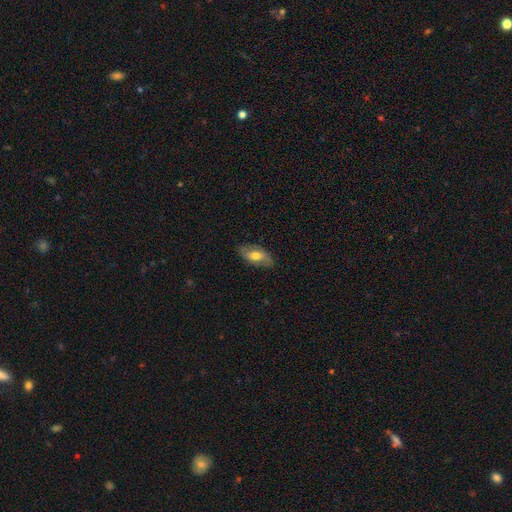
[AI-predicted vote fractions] This is possibly a smooth galaxy (51%). How rounded: clearly in between (88%). Merging: likely none (78%).